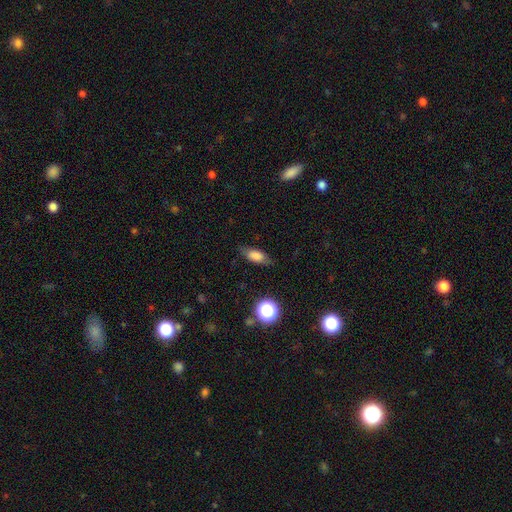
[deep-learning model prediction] smooth_or_featured: smooth (p=0.72) [alt: featured or disk p=0.18]
how_rounded: in between (p=0.72) [alt: cigar-shaped p=0.21]
merging: none (p=0.76) [alt: minor disturbance p=0.17]